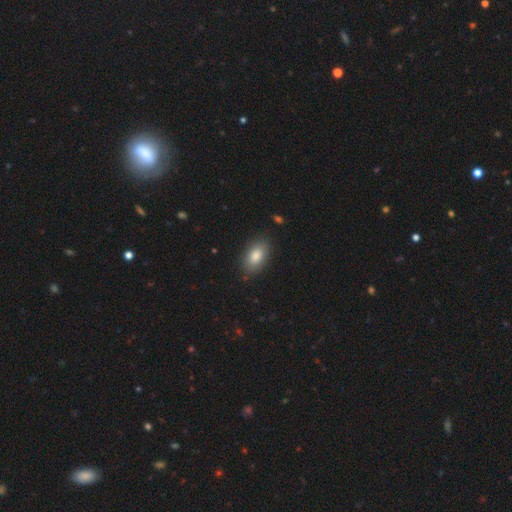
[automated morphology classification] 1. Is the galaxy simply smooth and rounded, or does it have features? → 84% smooth, 8% featured or disk, 8% star or artifact.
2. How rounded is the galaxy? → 91% in between, 6% round, 3% cigar-shaped.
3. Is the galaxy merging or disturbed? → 85% none, 11% minor disturbance, 2% major disturbance, 1% merger.